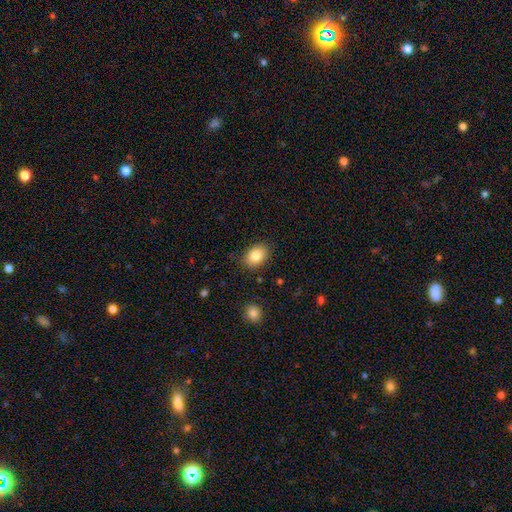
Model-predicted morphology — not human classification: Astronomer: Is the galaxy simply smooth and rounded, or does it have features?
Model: smooth — 86%.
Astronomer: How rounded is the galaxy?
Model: in between — 78%.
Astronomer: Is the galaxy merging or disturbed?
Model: none — 85%.